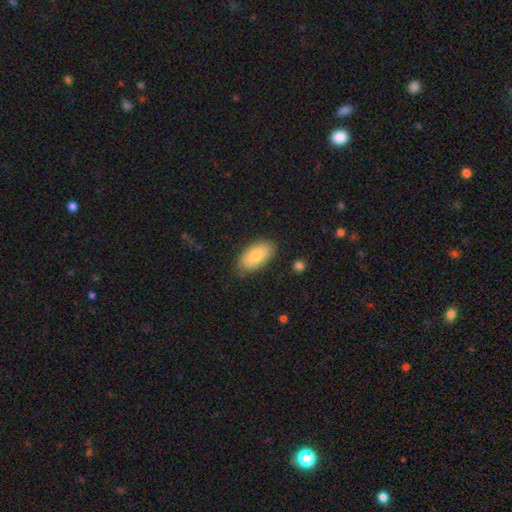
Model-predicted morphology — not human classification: Smooth or featured? smooth (80%)
How rounded? in between (94%)
Merging? none (81%)